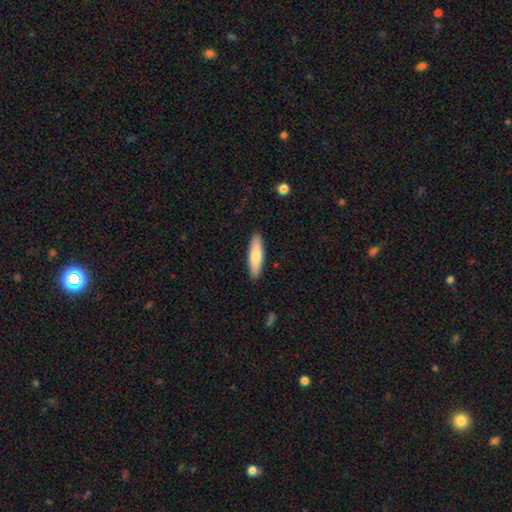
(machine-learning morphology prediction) type=smooth (73%); roundness=cigar-shaped (68%); merging=none (90%).